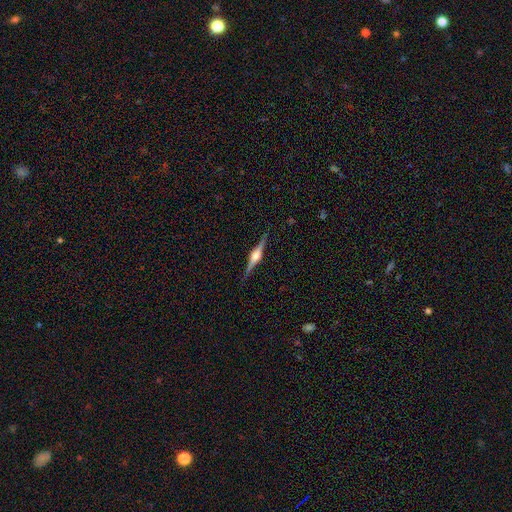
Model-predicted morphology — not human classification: Smooth or featured? featured or disk (85%)
Edge-on disk? yes (98%)
Edge-on bulge? rounded (92%)
Merging? none (90%)